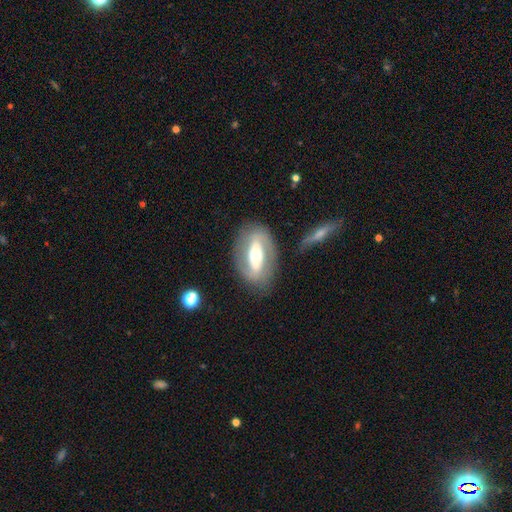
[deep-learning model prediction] Overall: featured or disk (71%). Edge-on disk: no (89%). Bar: strong (57%; weak 24%). Spiral arms: yes (64%; no 36%). Bulge size: moderate (66%). Merging: none (78%).